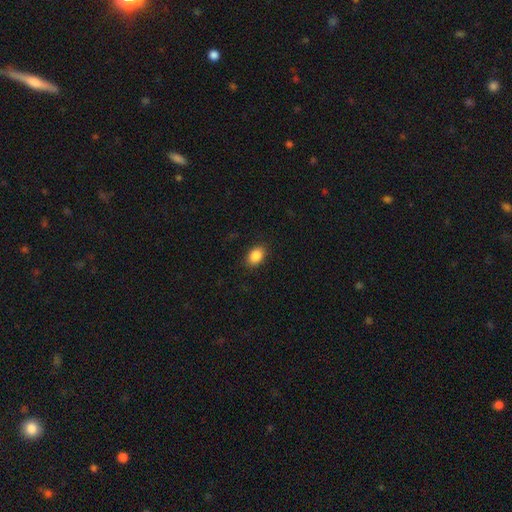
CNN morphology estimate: smooth 87%, star or artifact 8%, featured or disk 4%. Down the decision tree: how rounded — in between (82%); merging — none (87%).